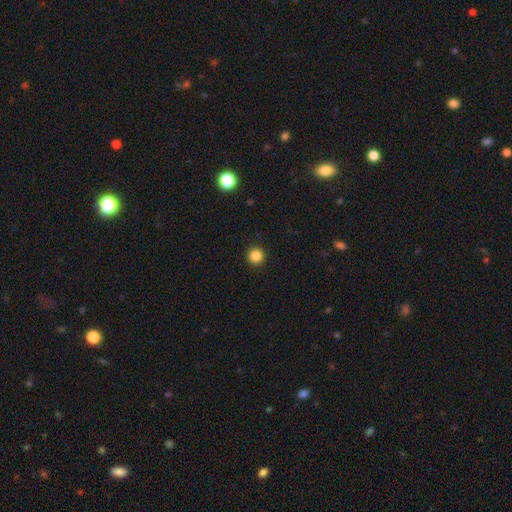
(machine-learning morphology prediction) type=smooth (85%); roundness=round (96%); merging=none (93%).